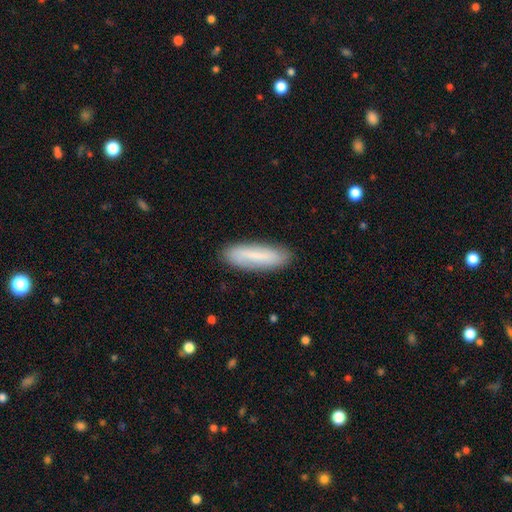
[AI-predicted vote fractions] Morphology: type=smooth (68%); roundness=cigar-shaped (61%); merging=none (84%).